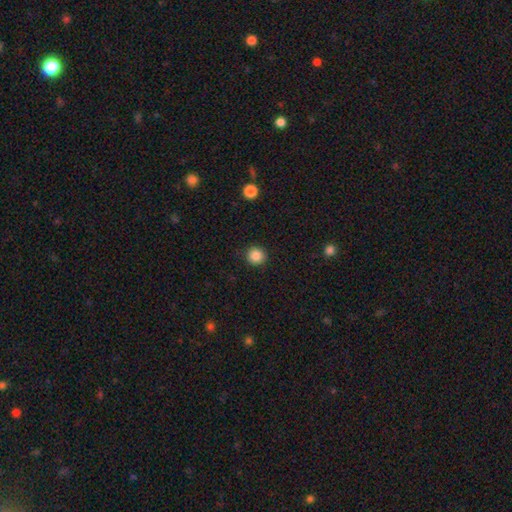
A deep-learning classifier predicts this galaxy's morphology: smooth-or-featured: smooth: 86% | star or artifact: 10% | featured or disk: 3%
  how-rounded: round: 94% | in between: 5% | cigar-shaped: 1%
  merging: none: 91% | minor disturbance: 6% | major disturbance: 2% | merger: 1%